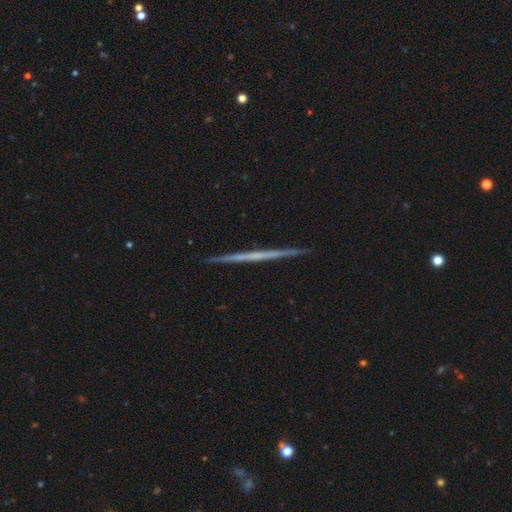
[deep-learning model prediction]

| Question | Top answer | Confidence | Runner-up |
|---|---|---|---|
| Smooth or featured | featured or disk | 67% | smooth (27%) |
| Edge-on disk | yes | 98% | no (2%) |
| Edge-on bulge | none | 88% | rounded (9%) |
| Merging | none | 93% | minor disturbance (5%) |